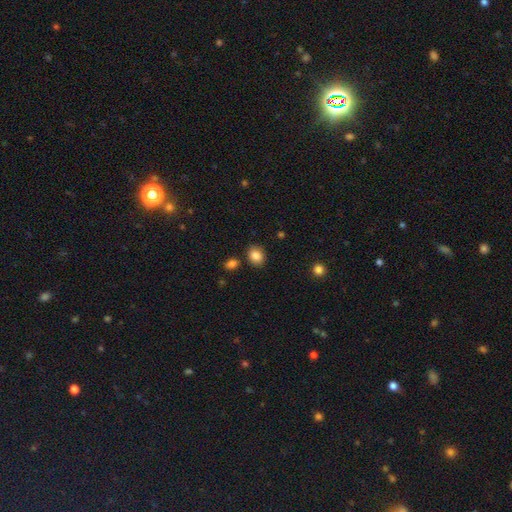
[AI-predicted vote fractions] smooth-or-featured: smooth: 85% | star or artifact: 10% | featured or disk: 6%
  how-rounded: in between: 52% | round: 47% | cigar-shaped: 1%
  merging: none: 82% | minor disturbance: 11% | merger: 5% | major disturbance: 3%